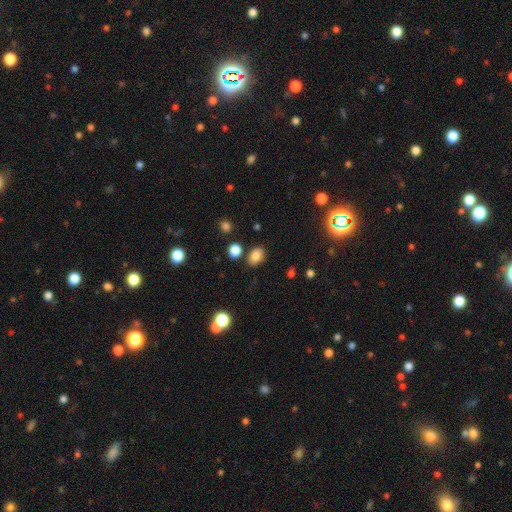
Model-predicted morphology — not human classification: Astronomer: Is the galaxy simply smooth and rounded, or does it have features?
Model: smooth — 83%.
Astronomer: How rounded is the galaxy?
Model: in between — 77%.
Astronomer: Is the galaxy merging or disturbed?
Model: none — 81%.